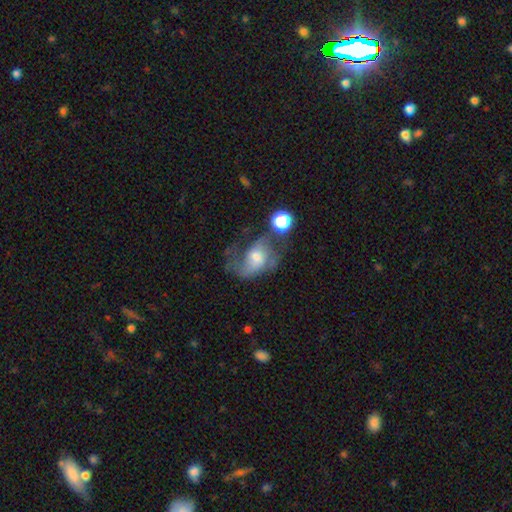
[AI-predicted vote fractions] A featured or disk galaxy (55%) with no bar (59%), spiral arms (72%) and a moderate central bulge (48%). Merging: major disturbance (40%).